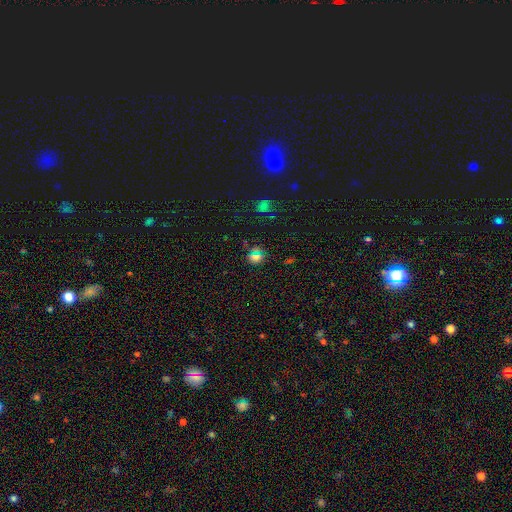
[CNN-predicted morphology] Q: Smooth or featured?
A: smooth (51%); runner-up: star or artifact (41%)
Q: How rounded?
A: round (70%); runner-up: in between (27%)
Q: Merging?
A: none (80%); runner-up: minor disturbance (12%)